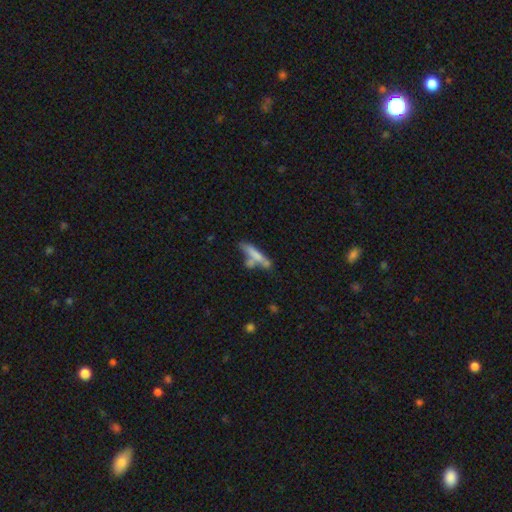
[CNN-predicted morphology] This is likely a smooth galaxy (64%). How rounded: clearly cigar-shaped (80%). Merging: marginally none (43%).